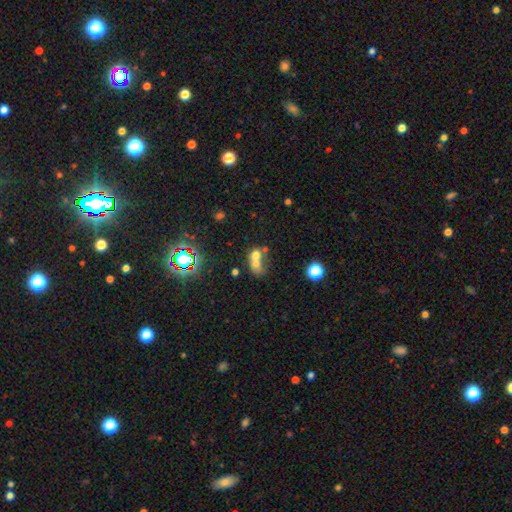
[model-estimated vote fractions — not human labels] smooth 60%, featured or disk 23%, star or artifact 17%. Down the decision tree: how rounded — round (55%); merging — merger (68%).